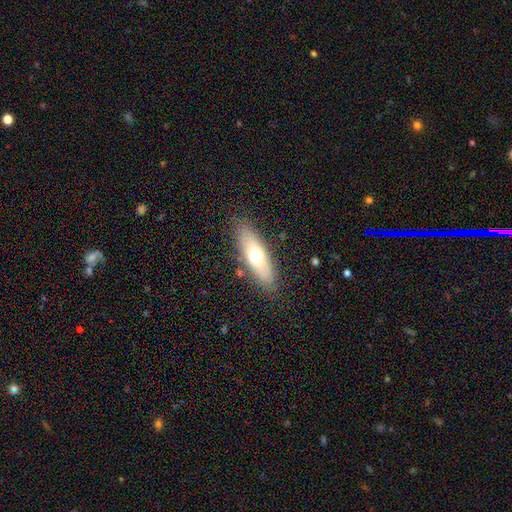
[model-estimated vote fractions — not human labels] Q: Smooth or featured?
A: smooth (58%); runner-up: featured or disk (35%)
Q: How rounded?
A: in between (51%); runner-up: cigar-shaped (46%)
Q: Merging?
A: none (84%); runner-up: minor disturbance (11%)